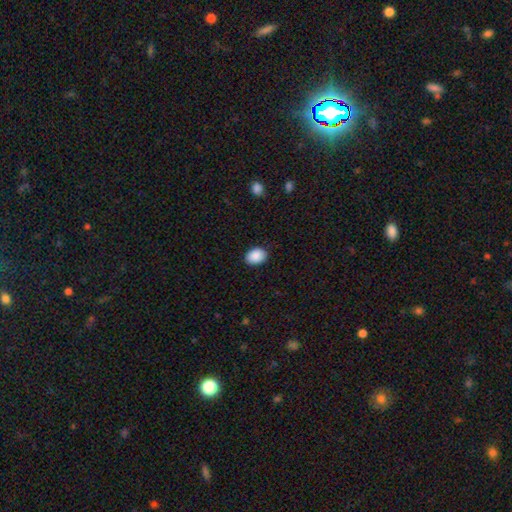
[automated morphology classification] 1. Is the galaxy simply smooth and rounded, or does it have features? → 90% smooth, 7% star or artifact, 3% featured or disk.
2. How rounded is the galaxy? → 69% in between, 31% round, 1% cigar-shaped.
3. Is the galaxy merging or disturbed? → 88% none, 9% minor disturbance, 2% major disturbance, 1% merger.